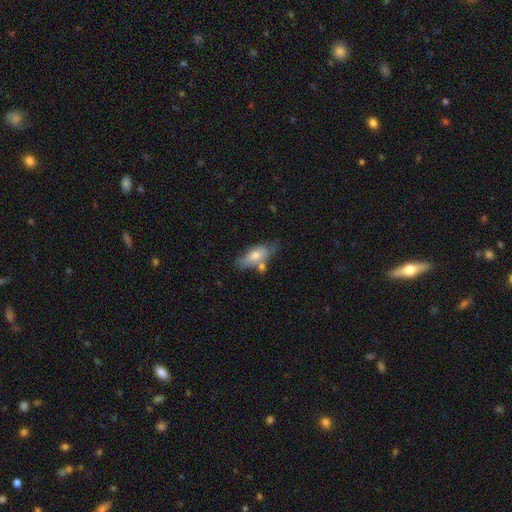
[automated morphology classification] smooth-or-featured: smooth: 65% | featured or disk: 28% | star or artifact: 7%
  how-rounded: in between: 74% | cigar-shaped: 23% | round: 3%
  merging: none: 58% | minor disturbance: 20% | merger: 16% | major disturbance: 5%